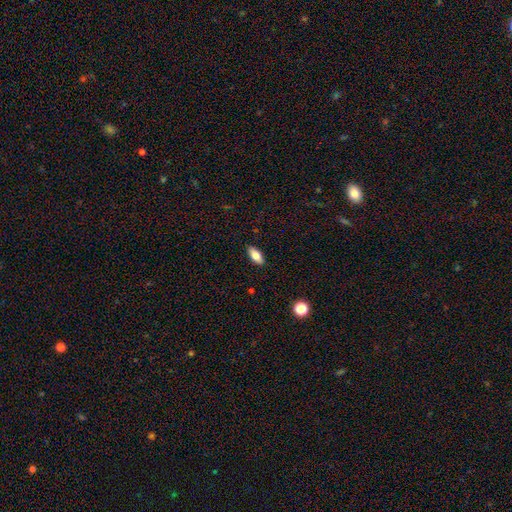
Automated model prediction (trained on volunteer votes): This is likely a smooth galaxy (79%). How rounded: clearly in between (86%). Merging: clearly none (89%).